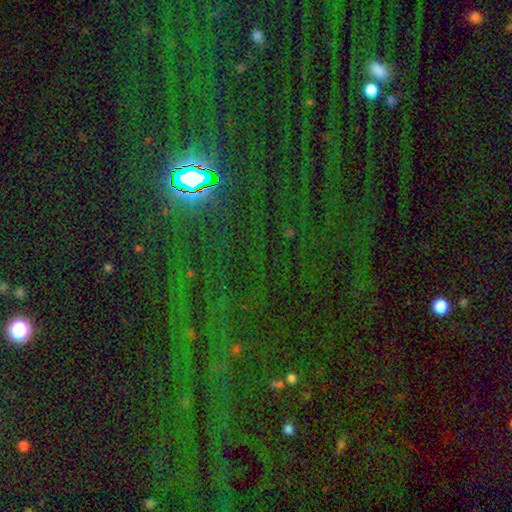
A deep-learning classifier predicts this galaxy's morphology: Q: Smooth or featured?
A: star or artifact (84%); runner-up: smooth (9%)